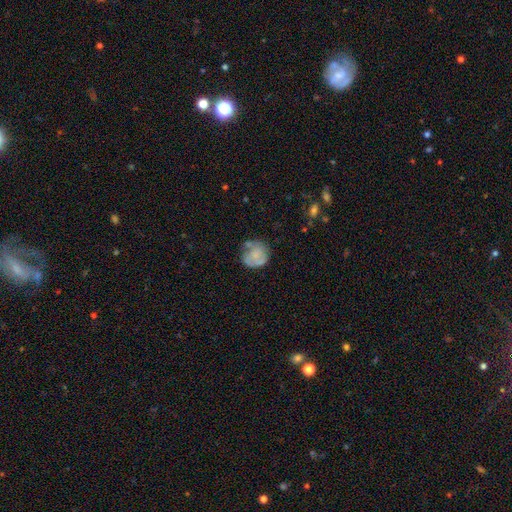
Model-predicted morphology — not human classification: Smooth or featured: smooth — 55% (featured or disk — 37%)
How rounded: round — 82% (in between — 17%)
Merging: none — 53% (minor disturbance — 26%)